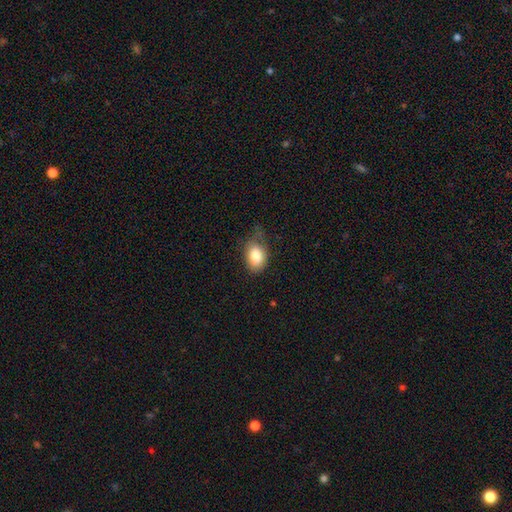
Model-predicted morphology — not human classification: A smooth galaxy with no disk features (82%) that is in between round and cigar-shaped (82%).

Vote fractions:
- Smooth or featured? smooth: 82% / featured or disk: 10% / star or artifact: 8%
- How rounded? in between: 82% / round: 17% / cigar-shaped: 1%
- Merging? none: 49% / minor disturbance: 36% / major disturbance: 13% / merger: 2%